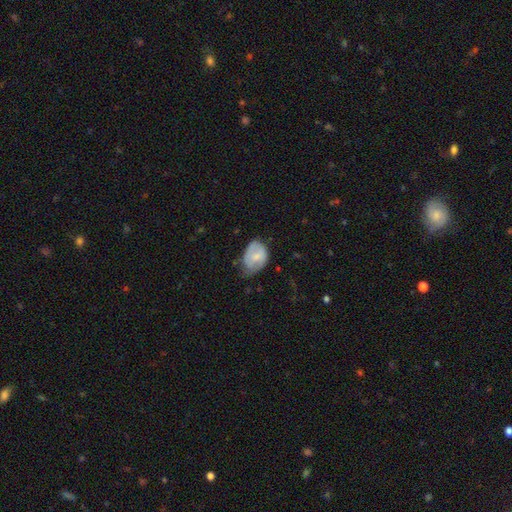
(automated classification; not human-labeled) Smooth or featured? Predicted: smooth (p=0.64). How rounded? Predicted: in between (p=0.78). Merging? Predicted: minor disturbance (p=0.46).